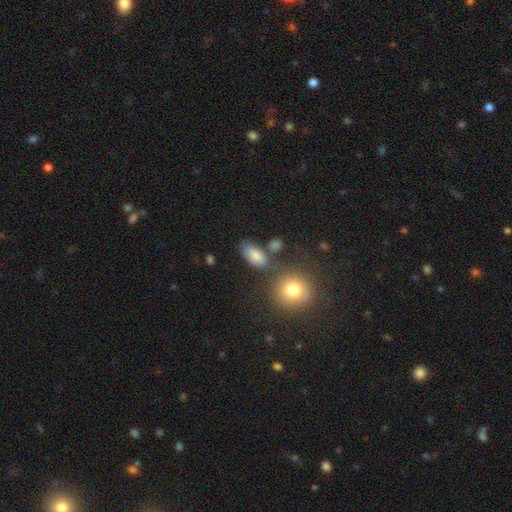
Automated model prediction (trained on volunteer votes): smooth-or-featured: smooth: 81% | star or artifact: 10% | featured or disk: 9%
  how-rounded: in between: 87% | round: 8% | cigar-shaped: 5%
  merging: none: 66% | minor disturbance: 17% | merger: 11% | major disturbance: 6%